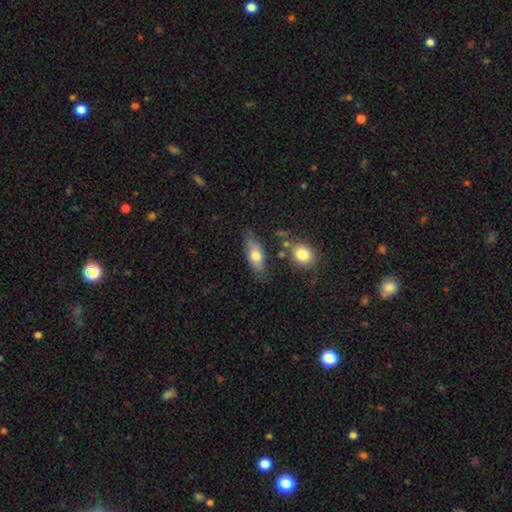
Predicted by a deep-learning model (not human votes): Smooth or featured?
  - smooth: 72% *
  - featured or disk: 21%
  - star or artifact: 7%
How rounded?
  - in between: 79% *
  - cigar-shaped: 16%
  - round: 5%
Merging?
  - none: 68% *
  - minor disturbance: 19%
  - merger: 7%
  - major disturbance: 5%